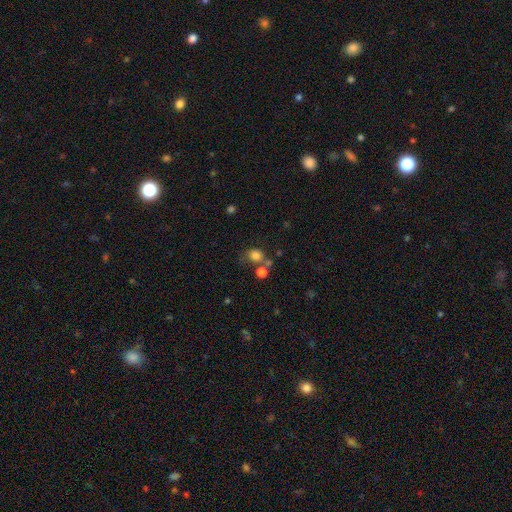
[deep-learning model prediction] Smooth or featured: smooth — 78% (star or artifact — 13%)
How rounded: round — 75% (in between — 24%)
Merging: none — 54% (merger — 24%)